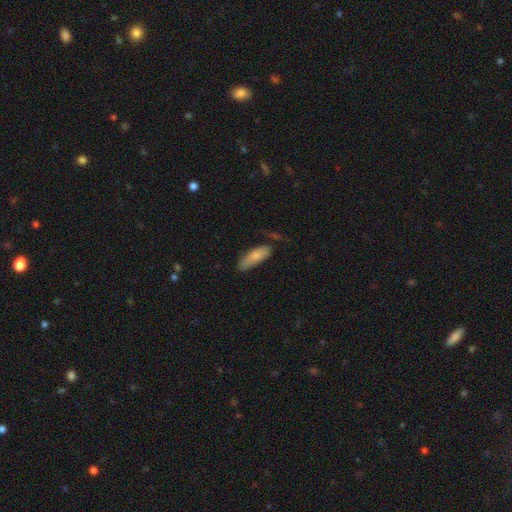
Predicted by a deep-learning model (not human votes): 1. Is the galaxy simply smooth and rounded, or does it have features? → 78% smooth, 16% featured or disk, 6% star or artifact.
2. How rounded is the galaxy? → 64% in between, 34% cigar-shaped, 2% round.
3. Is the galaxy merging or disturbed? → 51% none, 31% minor disturbance, 13% major disturbance, 5% merger.